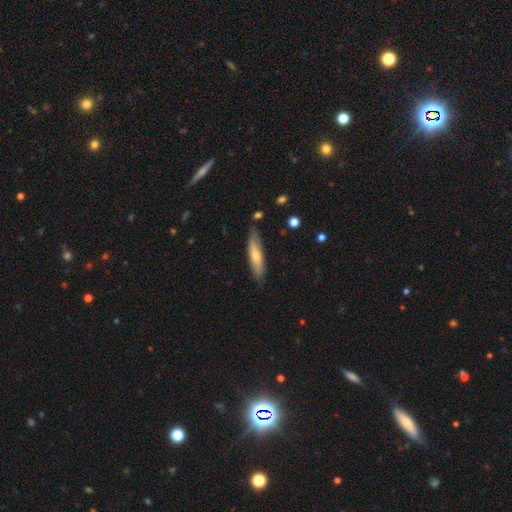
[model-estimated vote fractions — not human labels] Morphology: type=smooth (61%); roundness=cigar-shaped (75%); merging=none (78%).